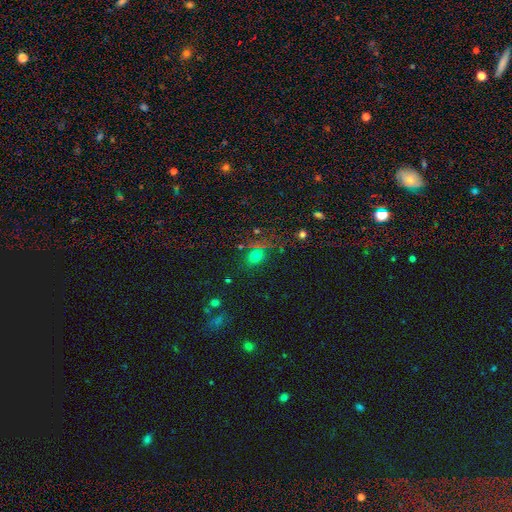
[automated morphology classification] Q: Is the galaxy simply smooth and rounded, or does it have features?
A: smooth — 62%.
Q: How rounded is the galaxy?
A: round — 63%.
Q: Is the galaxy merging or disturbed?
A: none — 74%.